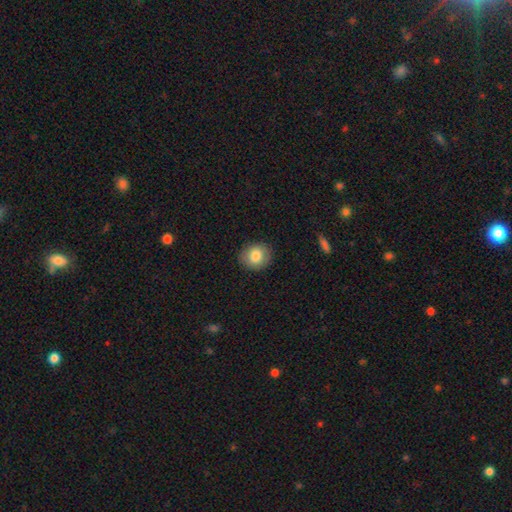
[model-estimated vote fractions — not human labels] smooth 82%, featured or disk 10%, star or artifact 8%. Down the decision tree: how rounded — round (73%); merging — none (88%).